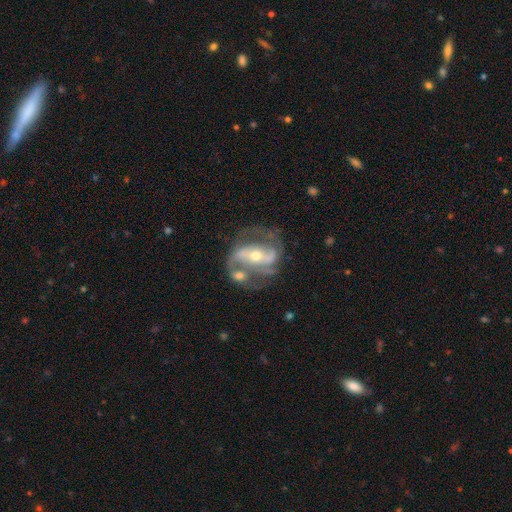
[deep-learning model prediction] featured or disk 87%, smooth 7%, star or artifact 6%. Down the decision tree: edge-on disk — no (97%); bar — strong (43%); spiral arms — yes (94%); spiral arm count — 2 (72%); spiral winding — medium (53%); bulge size — moderate (51%); merging — none (49%).